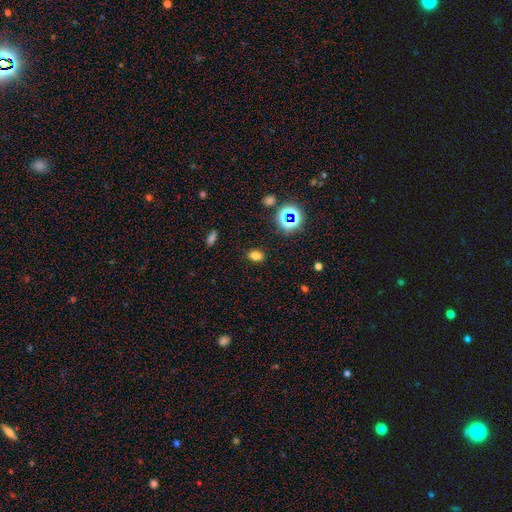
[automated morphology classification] This is likely a smooth galaxy (73%). How rounded: likely in between (77%). Merging: clearly none (86%).